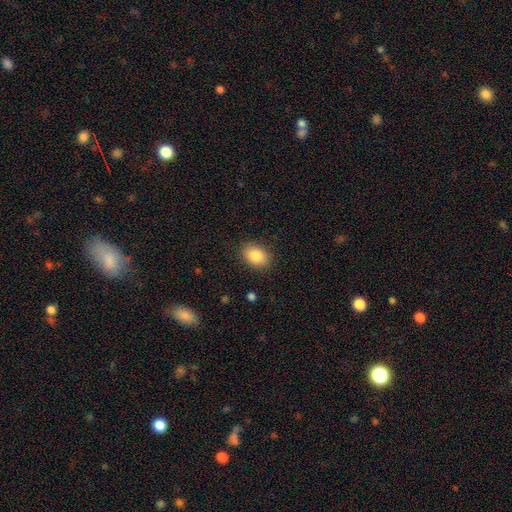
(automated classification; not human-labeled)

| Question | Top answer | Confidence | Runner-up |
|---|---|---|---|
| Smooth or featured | smooth | 85% | star or artifact (8%) |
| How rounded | in between | 71% | round (28%) |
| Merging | none | 88% | minor disturbance (9%) |